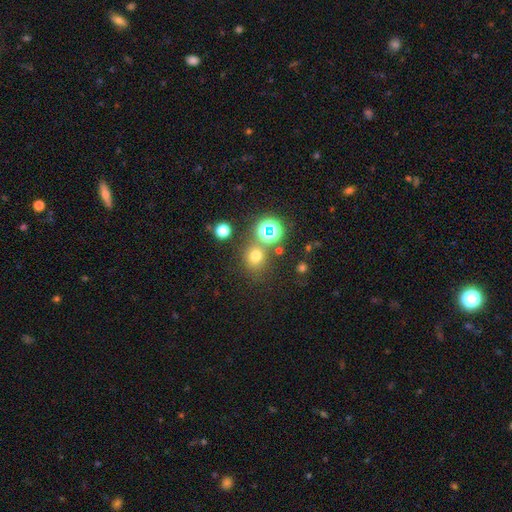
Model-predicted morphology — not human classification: A smooth galaxy with no disk features (66%) that is round (83%).

Vote fractions:
- Smooth or featured? smooth: 66% / star or artifact: 26% / featured or disk: 7%
- How rounded? round: 83% / in between: 16% / cigar-shaped: 1%
- Merging? none: 73% / merger: 13% / minor disturbance: 10% / major disturbance: 4%